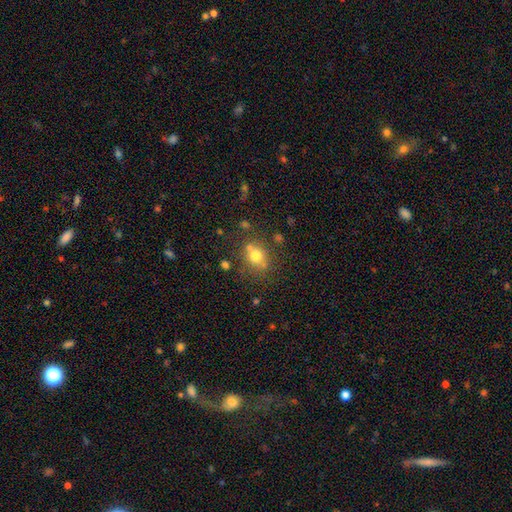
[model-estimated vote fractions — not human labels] Q: Smooth or featured?
A: smooth (73%); runner-up: star or artifact (14%)
Q: How rounded?
A: round (73%); runner-up: in between (26%)
Q: Merging?
A: none (66%); runner-up: merger (14%)